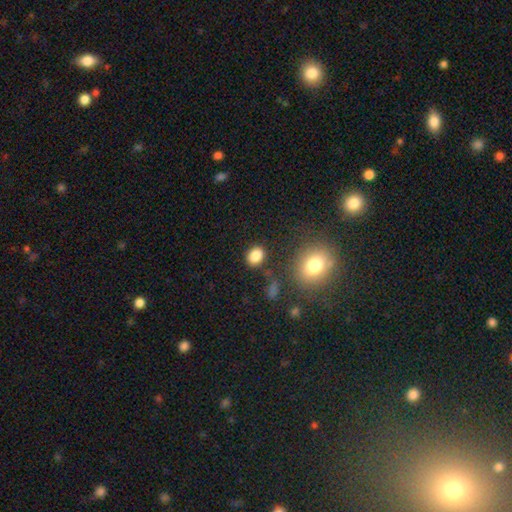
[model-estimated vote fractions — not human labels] smooth-or-featured: smooth: 85% | star or artifact: 10% | featured or disk: 5%
  how-rounded: in between: 58% | round: 41% | cigar-shaped: 1%
  merging: none: 80% | minor disturbance: 11% | merger: 5% | major disturbance: 4%